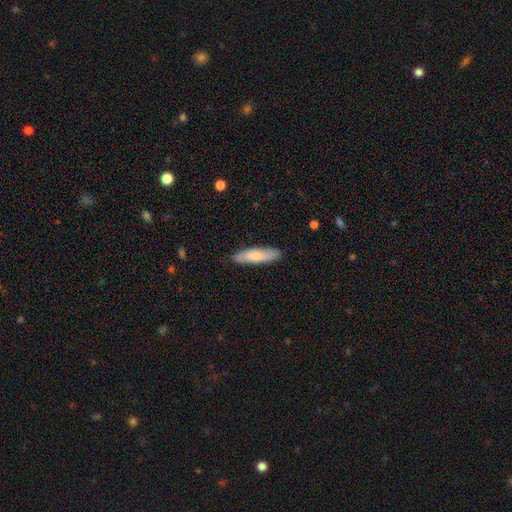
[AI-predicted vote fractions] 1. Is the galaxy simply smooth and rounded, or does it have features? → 69% smooth, 25% featured or disk, 5% star or artifact.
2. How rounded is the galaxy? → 64% cigar-shaped, 34% in between, 2% round.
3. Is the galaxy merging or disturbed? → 86% none, 11% minor disturbance, 2% major disturbance, 1% merger.